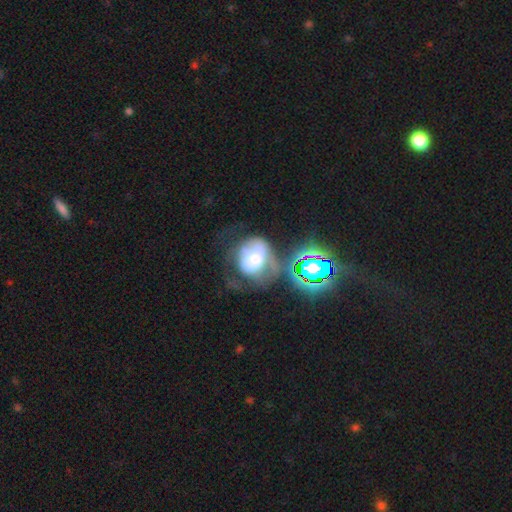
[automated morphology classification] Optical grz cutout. It shows a featured or disk galaxy (51%). Merging: major disturbance (38%).